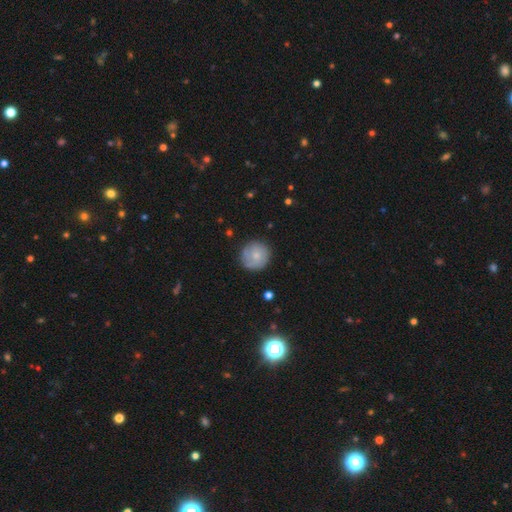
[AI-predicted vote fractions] This appears to be a smooth galaxy with no disk features (70%) that is round (94%). Merging: none (81%).